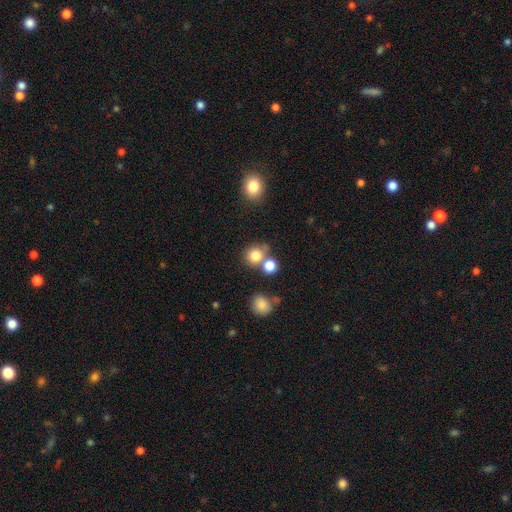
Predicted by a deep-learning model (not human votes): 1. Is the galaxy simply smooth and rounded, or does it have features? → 80% smooth, 13% star or artifact, 8% featured or disk.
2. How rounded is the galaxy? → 81% round, 18% in between, 1% cigar-shaped.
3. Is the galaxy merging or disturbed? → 58% none, 27% merger, 10% minor disturbance, 4% major disturbance.